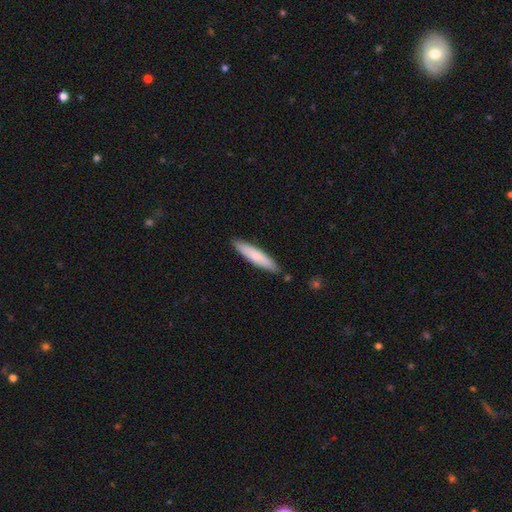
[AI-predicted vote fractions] This appears to be a smooth galaxy with no disk features (77%) that is cigar-shaped (87%). Merging: none (87%).